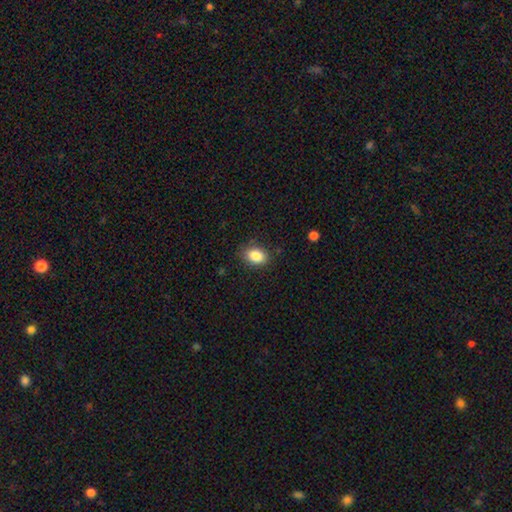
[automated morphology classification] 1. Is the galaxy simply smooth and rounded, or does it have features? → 85% smooth, 8% star or artifact, 7% featured or disk.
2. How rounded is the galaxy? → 79% in between, 20% round, 1% cigar-shaped.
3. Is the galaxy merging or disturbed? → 81% none, 14% minor disturbance, 3% major disturbance, 1% merger.